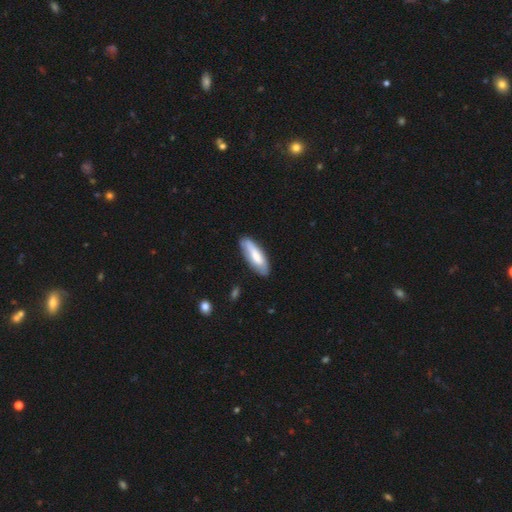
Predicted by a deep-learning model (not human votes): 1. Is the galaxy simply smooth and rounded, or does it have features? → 68% smooth, 27% featured or disk, 6% star or artifact.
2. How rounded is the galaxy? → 55% in between, 43% cigar-shaped, 2% round.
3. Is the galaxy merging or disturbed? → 76% none, 18% minor disturbance, 4% major disturbance, 2% merger.